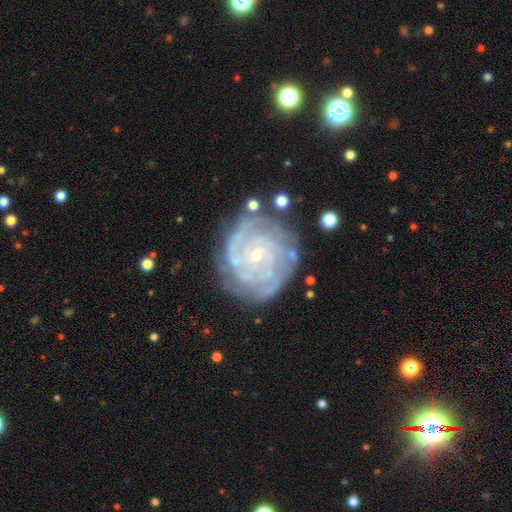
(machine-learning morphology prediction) Overall: featured or disk (89%). Edge-on disk: no (98%). Bar: no (69%). Spiral arms: yes (97%). Spiral arm count: 3 (24%; can't tell 22%). Spiral winding: tight (79%). Bulge size: small (83%). Merging: none (76%).